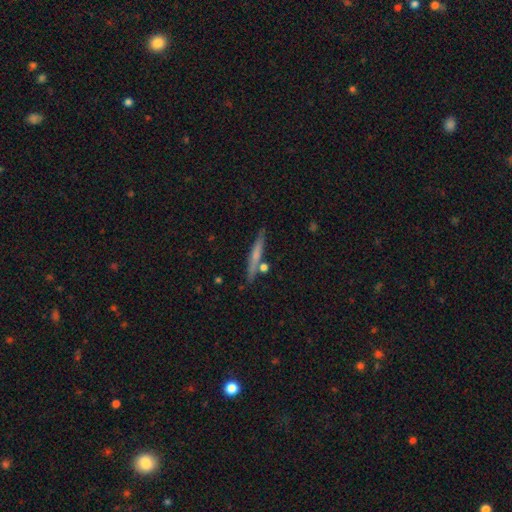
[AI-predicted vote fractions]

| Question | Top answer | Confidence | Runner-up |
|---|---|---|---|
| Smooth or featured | smooth | 48% | featured or disk (45%) |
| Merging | none | 82% | minor disturbance (10%) |